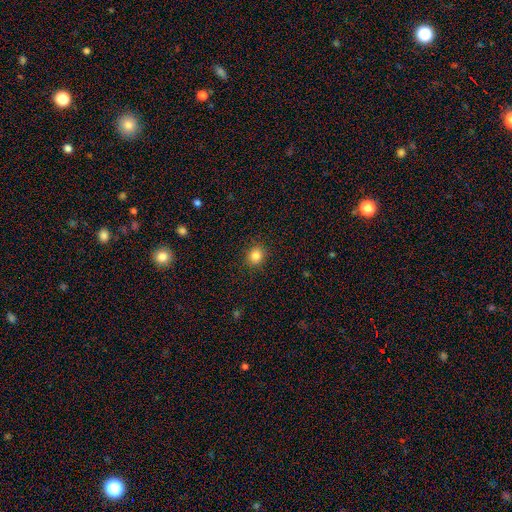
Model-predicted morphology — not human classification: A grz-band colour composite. It shows a smooth galaxy with no disk features (85%) that is round (79%). Merging: none (90%).